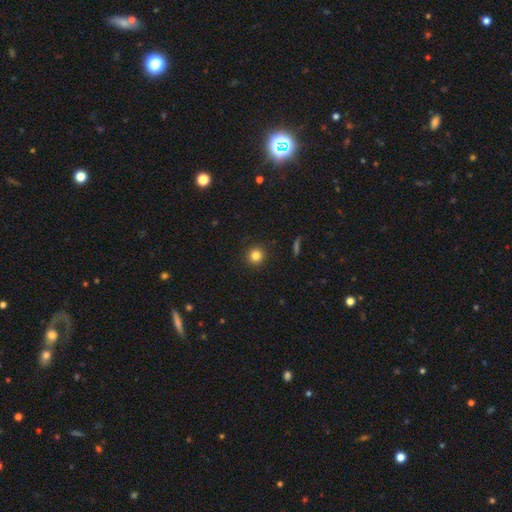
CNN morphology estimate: Q: Smooth or featured?
A: smooth (82%); runner-up: star or artifact (12%)
Q: How rounded?
A: round (94%); runner-up: in between (5%)
Q: Merging?
A: none (92%); runner-up: minor disturbance (6%)